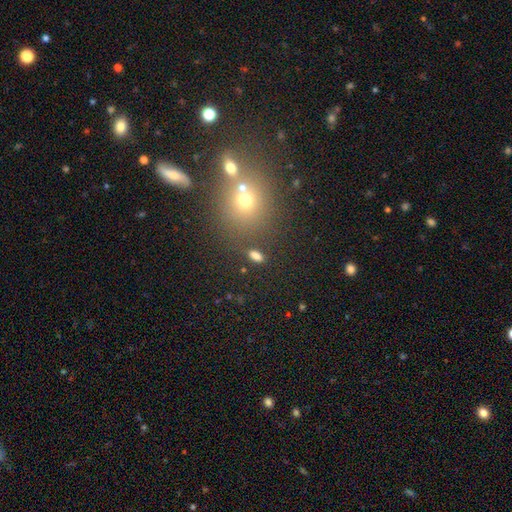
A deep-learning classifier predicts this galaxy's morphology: type=smooth (79%); roundness=in between (84%); merging=none (80%).